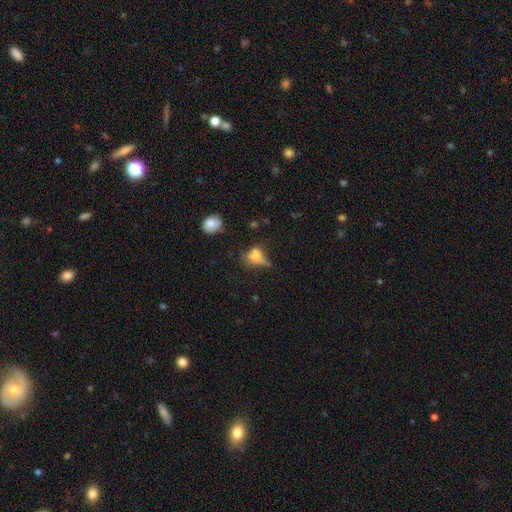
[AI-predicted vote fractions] This appears to be a smooth galaxy with no disk features (65%) that is in between round and cigar-shaped (57%). Merging: none (36%).